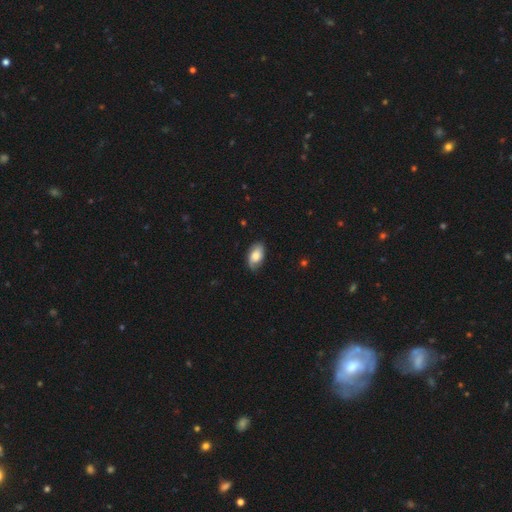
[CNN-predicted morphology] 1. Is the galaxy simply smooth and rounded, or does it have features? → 71% smooth, 22% featured or disk, 7% star or artifact.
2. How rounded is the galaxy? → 94% in between, 4% round, 2% cigar-shaped.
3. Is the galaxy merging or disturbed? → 76% none, 19% minor disturbance, 4% major disturbance, 1% merger.